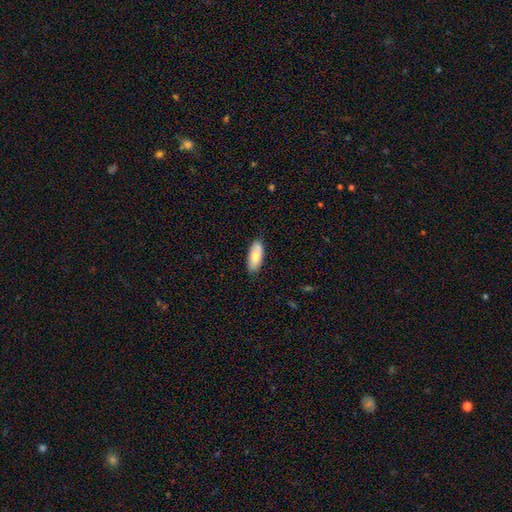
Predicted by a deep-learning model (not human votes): smooth-or-featured: smooth: 76% | featured or disk: 18% | star or artifact: 6%
  how-rounded: in between: 84% | cigar-shaped: 14% | round: 2%
  merging: none: 82% | minor disturbance: 14% | major disturbance: 2% | merger: 2%